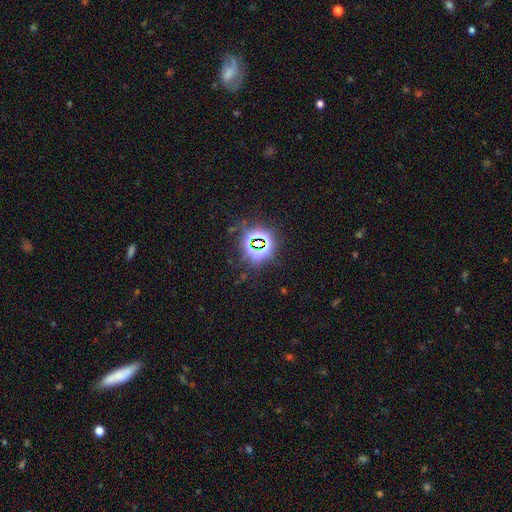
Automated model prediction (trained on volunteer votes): smooth_or_featured: star or artifact (p=0.79) [alt: smooth p=0.13]